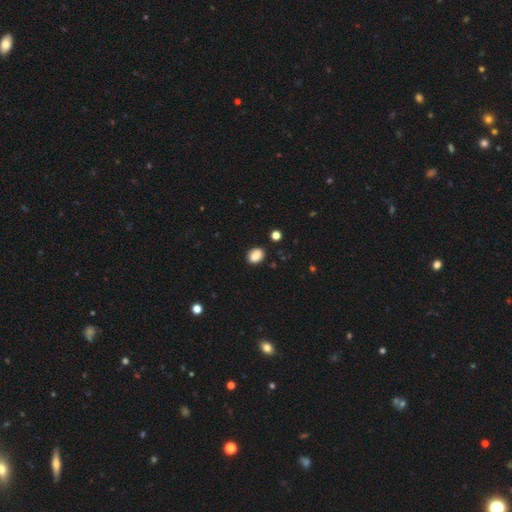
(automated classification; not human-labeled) smooth-or-featured: smooth: 87% | star or artifact: 9% | featured or disk: 4%
  how-rounded: in between: 73% | round: 26% | cigar-shaped: 1%
  merging: none: 84% | minor disturbance: 11% | major disturbance: 2% | merger: 2%